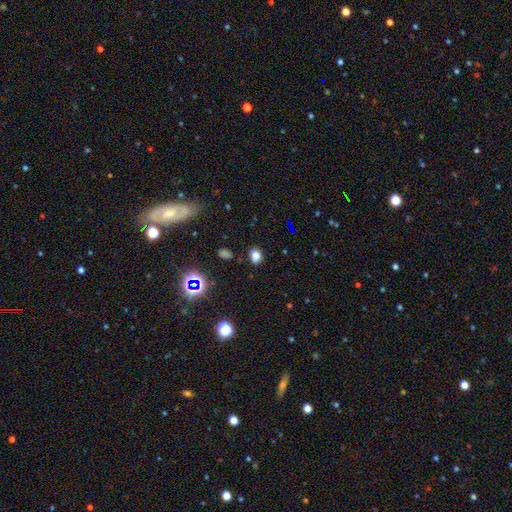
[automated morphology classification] type=smooth (73%); roundness=in between (61%); merging=none (82%).